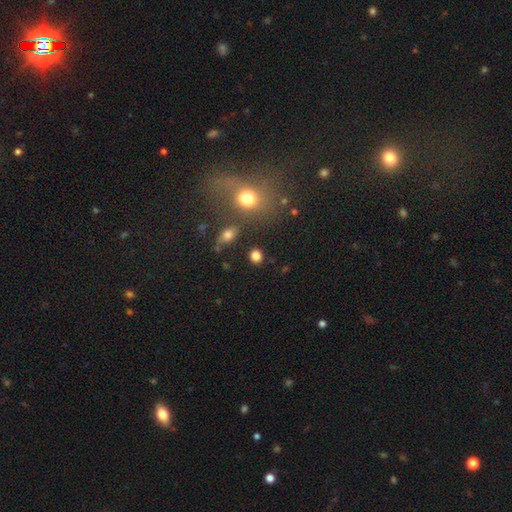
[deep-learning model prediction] Smooth or featured?
  - smooth: 81% *
  - star or artifact: 13%
  - featured or disk: 5%
How rounded?
  - round: 75% *
  - in between: 24%
  - cigar-shaped: 2%
Merging?
  - none: 83% *
  - minor disturbance: 9%
  - merger: 5%
  - major disturbance: 4%